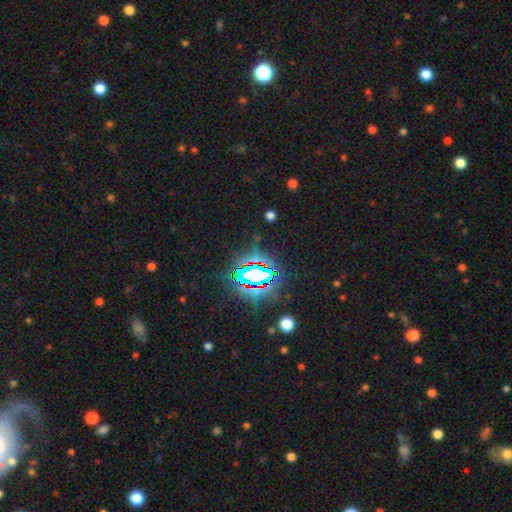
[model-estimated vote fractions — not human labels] Overall: star or artifact (74%).